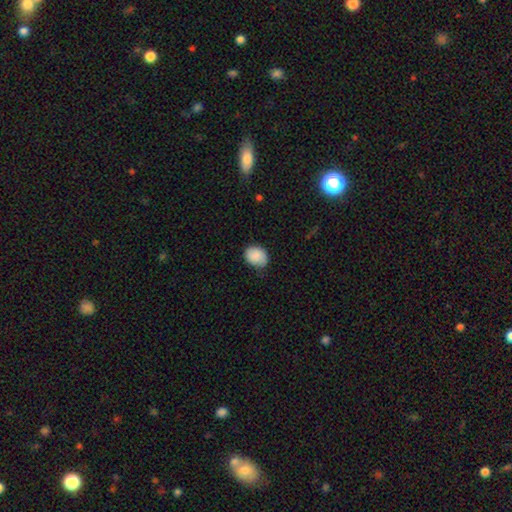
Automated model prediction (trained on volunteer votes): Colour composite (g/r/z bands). It shows a smooth galaxy with no disk features (88%) that is in between round and cigar-shaped (53%). Merging: none (70%).